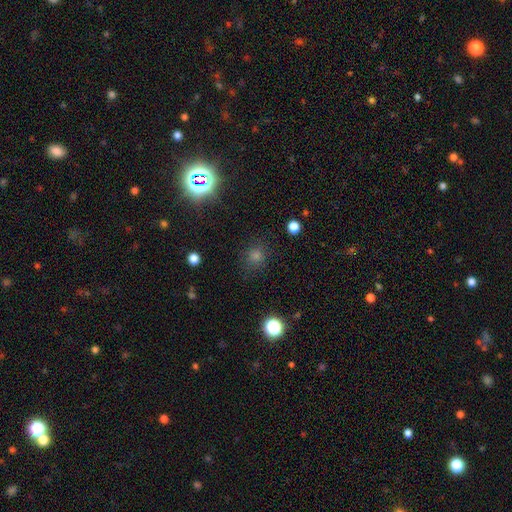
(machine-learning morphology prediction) smooth 58%, star or artifact 36%, featured or disk 7%. Down the decision tree: how rounded — round (87%); merging — none (86%).